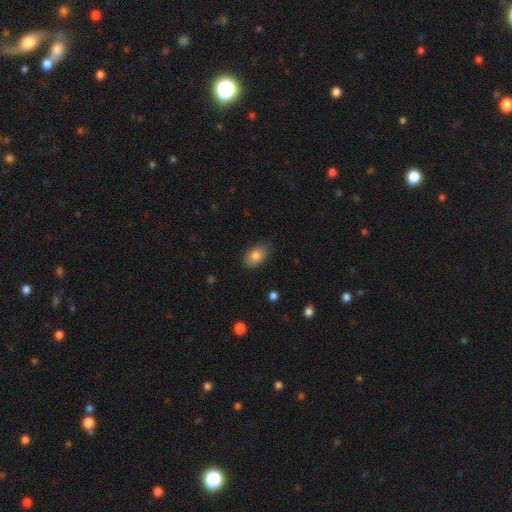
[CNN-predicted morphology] Smooth or featured?
  - smooth: 82% *
  - featured or disk: 10%
  - star or artifact: 8%
How rounded?
  - in between: 89% *
  - round: 10%
  - cigar-shaped: 1%
Merging?
  - none: 81% *
  - minor disturbance: 15%
  - major disturbance: 3%
  - merger: 1%